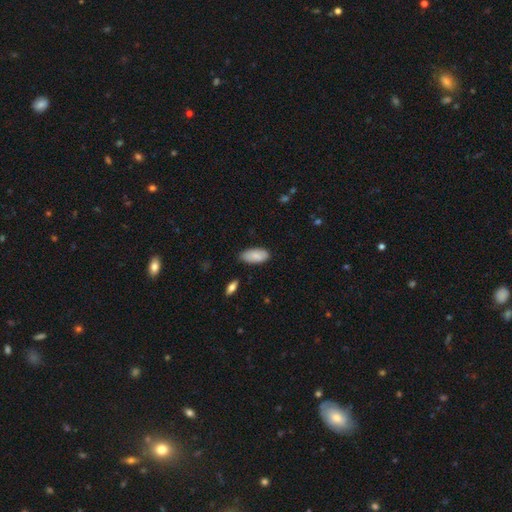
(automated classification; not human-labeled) This appears to be a smooth galaxy with no disk features (85%) that is in between round and cigar-shaped (92%). Merging: none (78%).